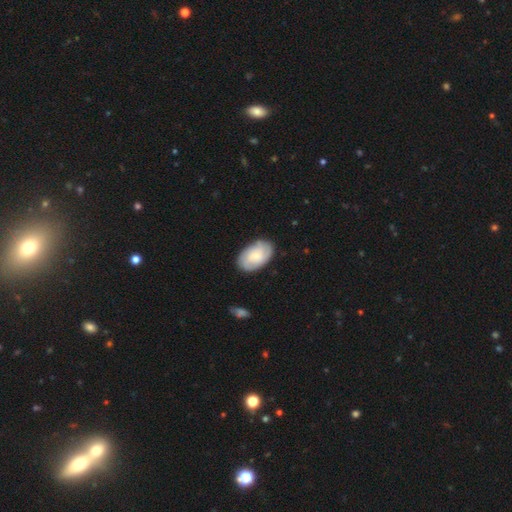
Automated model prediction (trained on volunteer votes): Smooth or featured: smooth — 53% (featured or disk — 41%)
How rounded: in between — 92% (round — 7%)
Merging: none — 82% (minor disturbance — 13%)